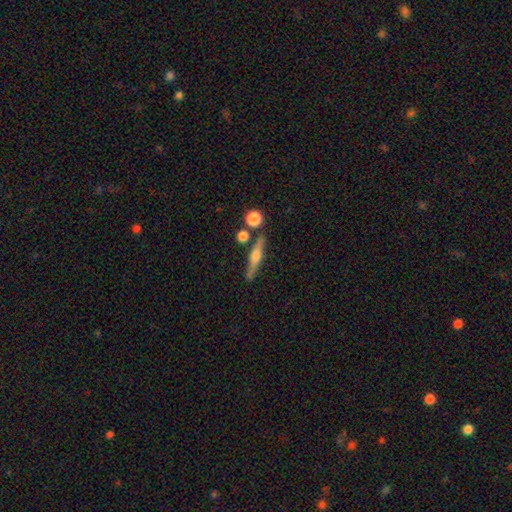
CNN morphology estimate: This appears to be a featured or disk galaxy (66%) viewed edge-on (96%) with a rounded central bulge (92%). Merging: none (79%).